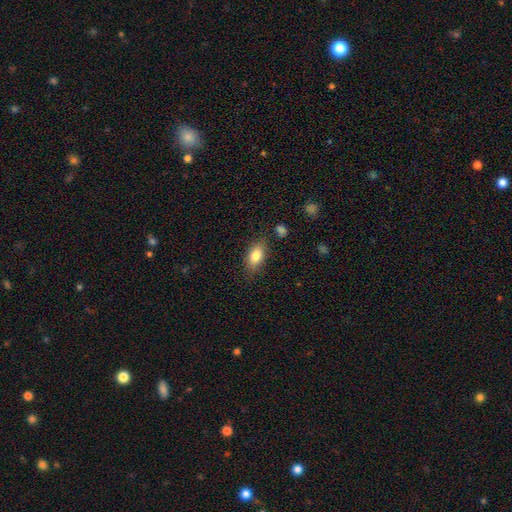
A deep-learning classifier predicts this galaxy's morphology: Overall: smooth (81%). How rounded: in between (86%). Merging: none (83%).